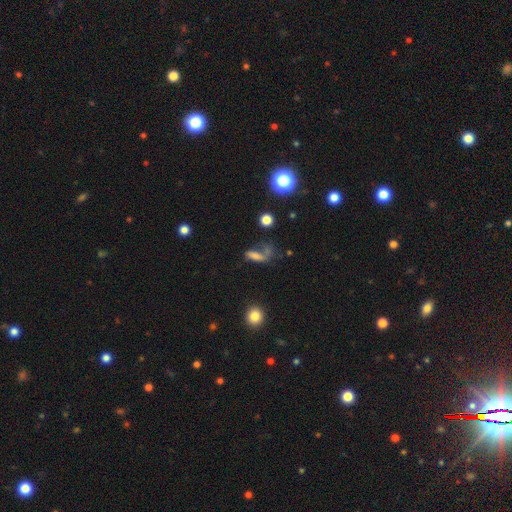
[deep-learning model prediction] A smooth galaxy with no disk features (56%) that is in between round and cigar-shaped (56%). Merging: major disturbance (36%).